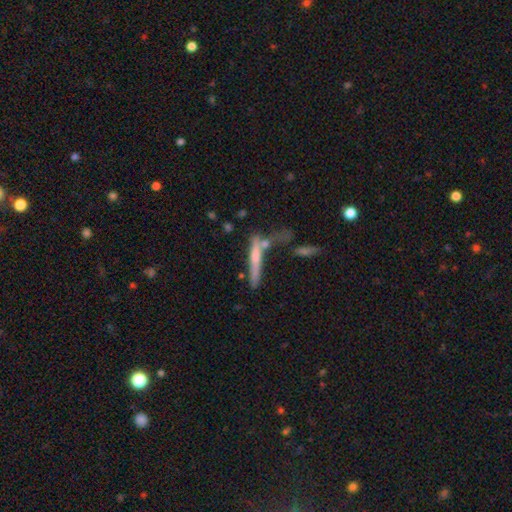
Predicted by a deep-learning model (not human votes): A smooth galaxy with no disk features (52%) that is cigar-shaped (92%).

Vote fractions:
- Smooth or featured? smooth: 52% / featured or disk: 41% / star or artifact: 8%
- How rounded? cigar-shaped: 92% / in between: 6% / round: 2%
- Merging? none: 56% / merger: 19% / minor disturbance: 17% / major disturbance: 8%